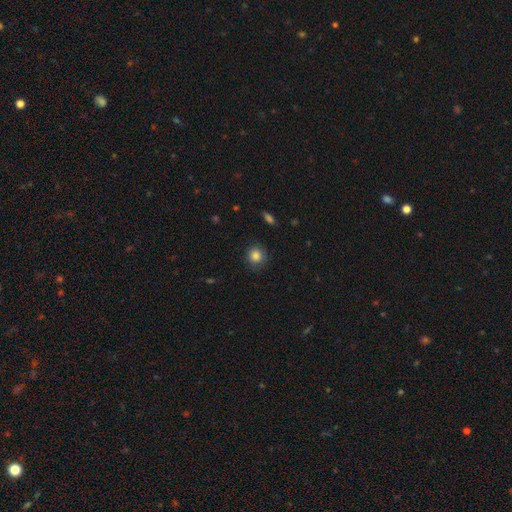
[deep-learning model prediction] Smooth or featured? Predicted: smooth (p=0.84). How rounded? Predicted: round (p=0.89). Merging? Predicted: none (p=0.85).